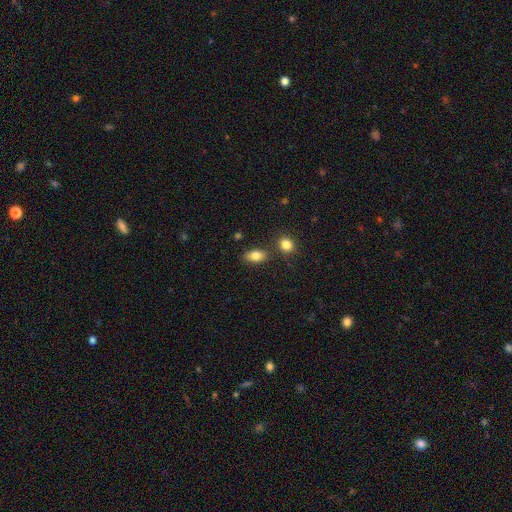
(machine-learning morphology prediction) smooth-or-featured: smooth: 83% | star or artifact: 9% | featured or disk: 8%
  how-rounded: in between: 88% | round: 8% | cigar-shaped: 4%
  merging: none: 77% | minor disturbance: 11% | merger: 9% | major disturbance: 3%